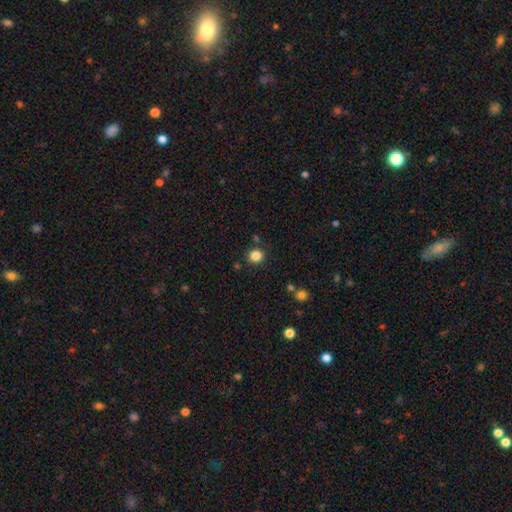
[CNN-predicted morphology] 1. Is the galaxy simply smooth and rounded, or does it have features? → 84% smooth, 12% star or artifact, 4% featured or disk.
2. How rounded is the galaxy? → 87% round, 12% in between, 1% cigar-shaped.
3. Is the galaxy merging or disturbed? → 86% none, 8% minor disturbance, 4% merger, 3% major disturbance.